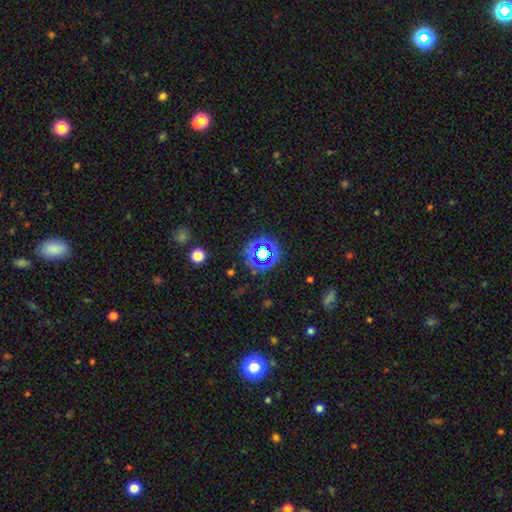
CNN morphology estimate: A star or artifact, not a galaxy (66%).

Vote fractions:
- Smooth or featured? star or artifact: 66% / smooth: 24% / featured or disk: 10%